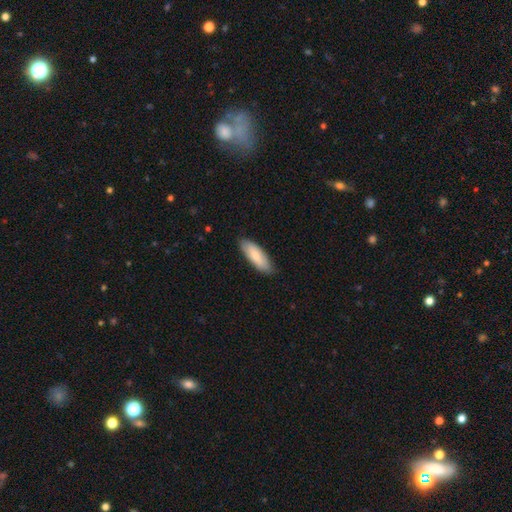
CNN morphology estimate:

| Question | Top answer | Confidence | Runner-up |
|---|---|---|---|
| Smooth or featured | smooth | 81% | featured or disk (14%) |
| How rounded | in between | 66% | cigar-shaped (33%) |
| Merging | none | 84% | minor disturbance (13%) |